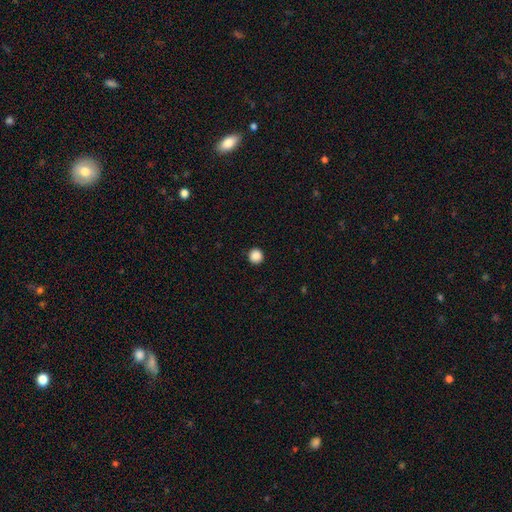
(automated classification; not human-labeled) Overall: smooth (88%). How rounded: round (95%). Merging: none (93%).